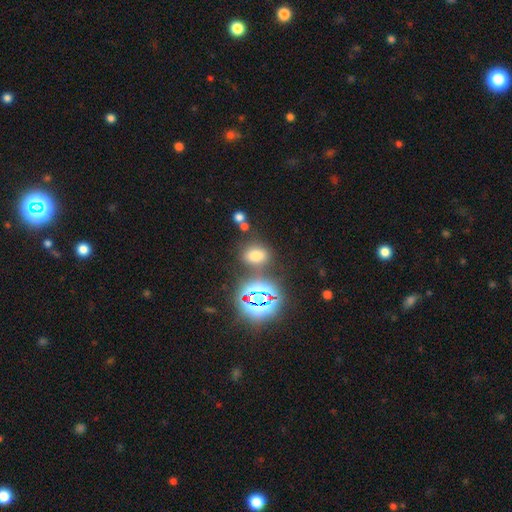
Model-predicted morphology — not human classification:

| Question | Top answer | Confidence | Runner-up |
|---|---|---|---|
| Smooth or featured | smooth | 61% | star or artifact (30%) |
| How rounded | in between | 67% | round (31%) |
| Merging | none | 73% | minor disturbance (12%) |